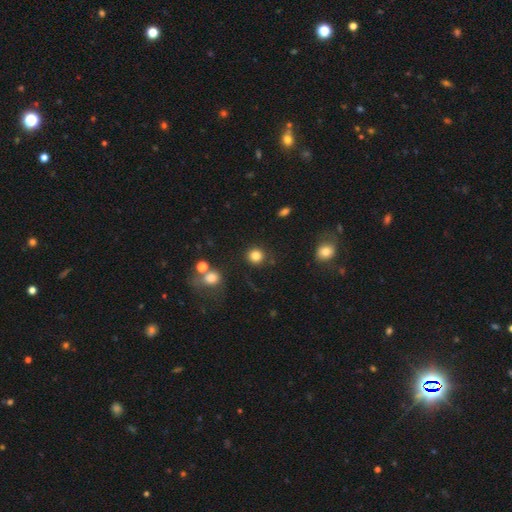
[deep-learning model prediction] The model was most divided on "smooth or featured": smooth: 83%, star or artifact: 12%, featured or disk: 5%. More confident: how rounded — round (91%); merging — none (85%).